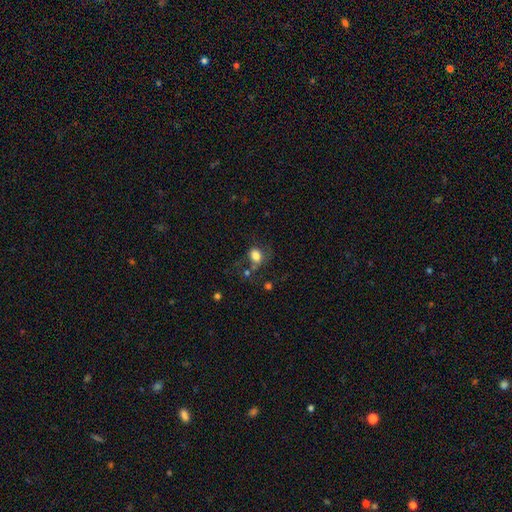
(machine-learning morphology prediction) A smooth galaxy with no disk features (79%) that is in between round and cigar-shaped (62%). Merging: none (49%).